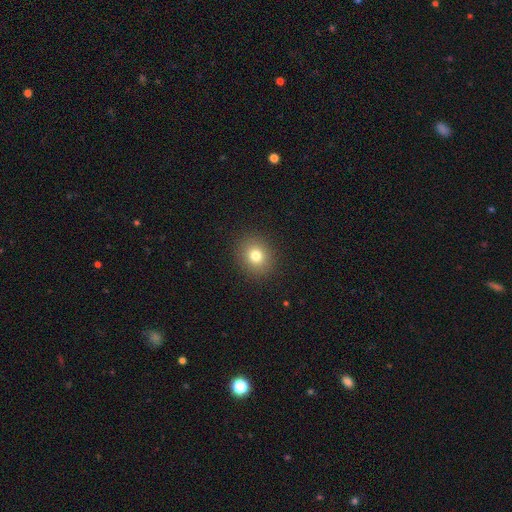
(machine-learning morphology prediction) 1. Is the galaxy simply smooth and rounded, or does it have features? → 78% smooth, 13% star or artifact, 9% featured or disk.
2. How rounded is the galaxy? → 74% round, 25% in between, 1% cigar-shaped.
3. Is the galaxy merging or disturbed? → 90% none, 6% minor disturbance, 2% major disturbance, 1% merger.